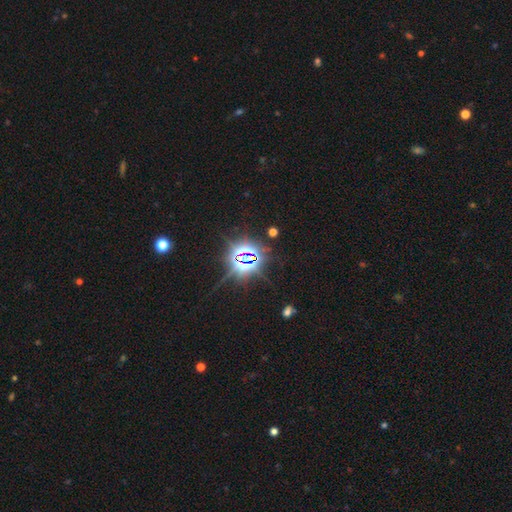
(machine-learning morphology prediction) smooth_or_featured: star or artifact (p=0.83) [alt: smooth p=0.09]